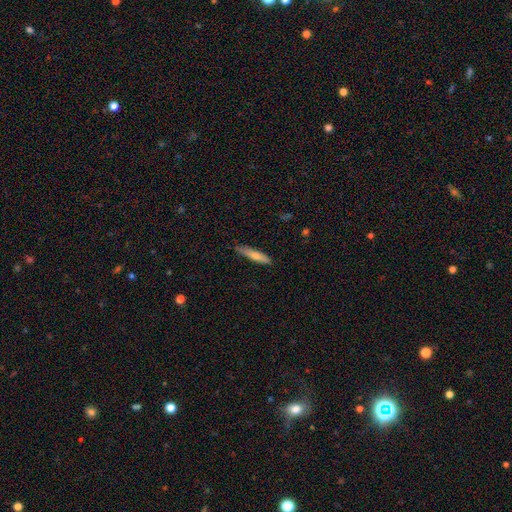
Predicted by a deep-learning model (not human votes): A smooth galaxy with no disk features (71%) that is cigar-shaped (87%). Merging: none (79%).